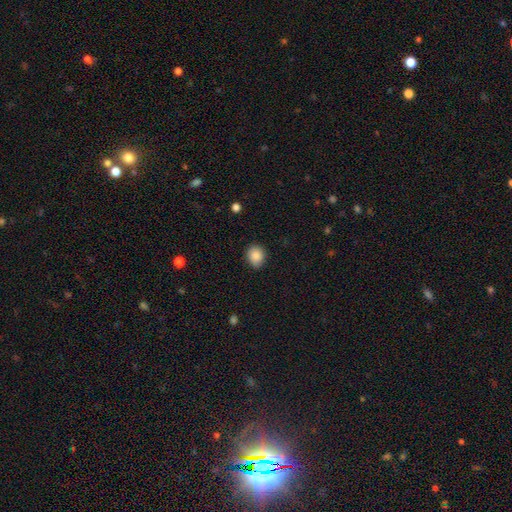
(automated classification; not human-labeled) A smooth galaxy with no disk features (87%) that is round (61%).

Vote fractions:
- Smooth or featured? smooth: 87% / star or artifact: 9% / featured or disk: 4%
- How rounded? round: 61% / in between: 38% / cigar-shaped: 1%
- Merging? none: 83% / minor disturbance: 13% / major disturbance: 3% / merger: 1%